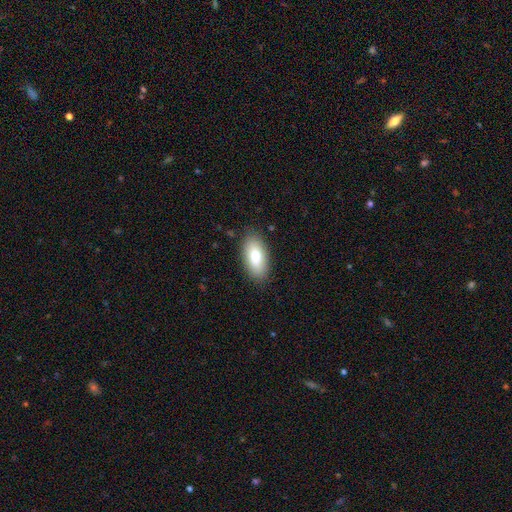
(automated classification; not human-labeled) A smooth galaxy with no disk features (76%) that is in between round and cigar-shaped (91%). Merging: none (86%).